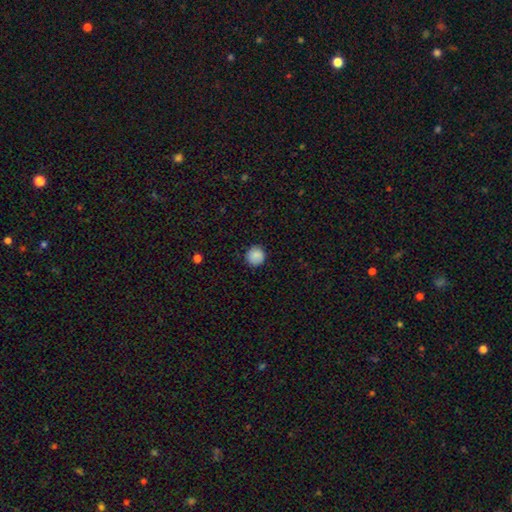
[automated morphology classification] Smooth or featured?
  - smooth: 87% *
  - star or artifact: 8%
  - featured or disk: 4%
How rounded?
  - round: 93% *
  - in between: 7%
  - cigar-shaped: 1%
Merging?
  - none: 88% *
  - minor disturbance: 9%
  - major disturbance: 2%
  - merger: 1%